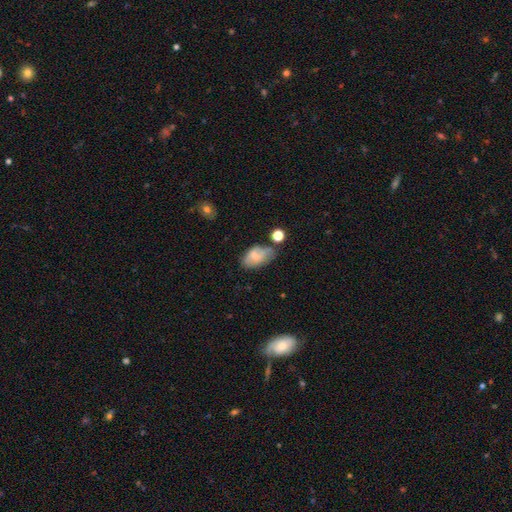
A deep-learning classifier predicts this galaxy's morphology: Q: Smooth or featured?
A: smooth (64%); runner-up: featured or disk (26%)
Q: How rounded?
A: in between (91%); runner-up: round (6%)
Q: Merging?
A: none (48%); runner-up: minor disturbance (31%)